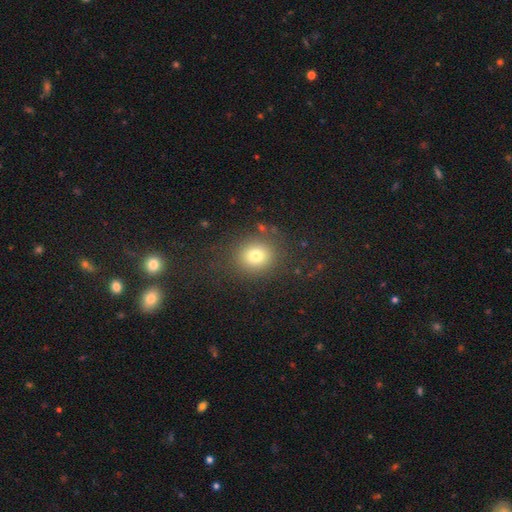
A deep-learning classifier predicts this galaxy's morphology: Smooth or featured? Predicted: smooth (p=0.77). How rounded? Predicted: round (p=0.82). Merging? Predicted: none (p=0.84).